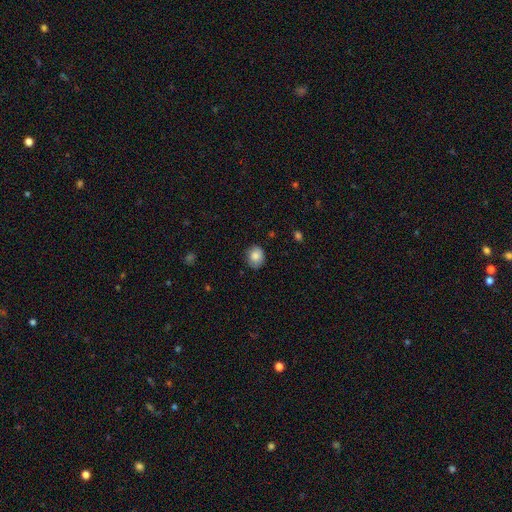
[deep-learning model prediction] This appears to be a smooth galaxy with no disk features (85%) that is round (60%). Merging: none (78%).